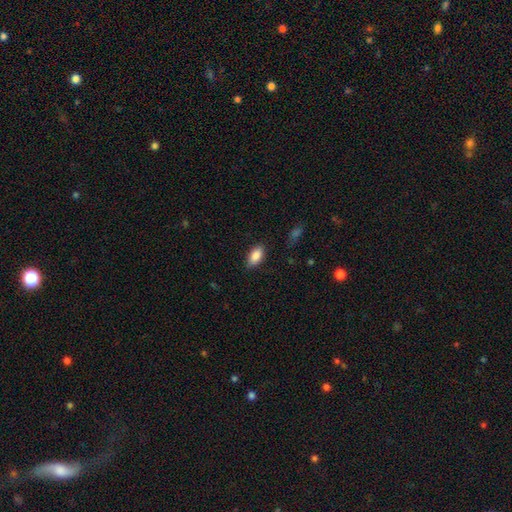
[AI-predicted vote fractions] Morphology: type=smooth (86%); roundness=in between (91%); merging=none (86%).